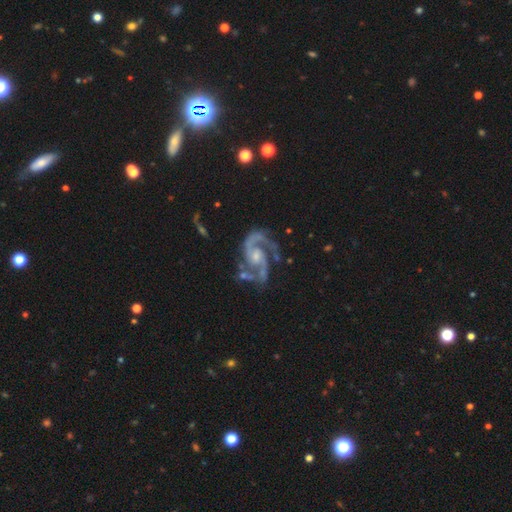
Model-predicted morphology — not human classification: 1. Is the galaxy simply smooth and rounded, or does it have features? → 92% featured or disk, 5% star or artifact, 3% smooth.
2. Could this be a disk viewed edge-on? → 98% no, 2% yes.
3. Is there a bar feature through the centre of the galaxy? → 53% no, 36% weak, 11% strong.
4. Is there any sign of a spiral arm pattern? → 98% yes, 2% no.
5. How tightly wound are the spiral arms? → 62% medium, 21% tight, 17% loose.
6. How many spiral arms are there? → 89% 2, 4% 3, 2% can't tell, 2% 1, 1% 4, 1% more than 4.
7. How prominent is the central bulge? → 50% small, 38% moderate, 8% none, 3% large, 1% dominant.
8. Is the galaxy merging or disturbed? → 62% none, 20% minor disturbance, 12% major disturbance, 6% merger.